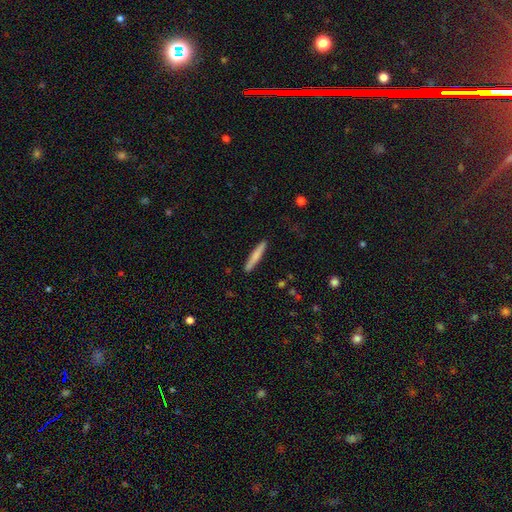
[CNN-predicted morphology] This is likely a smooth galaxy (72%). How rounded: clearly cigar-shaped (94%). Merging: clearly none (90%).